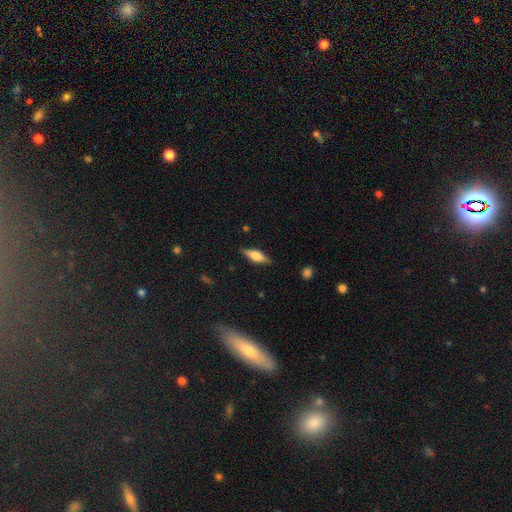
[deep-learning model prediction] Q: Smooth or featured?
A: smooth (47%); runner-up: featured or disk (46%)
Q: Merging?
A: none (86%); runner-up: minor disturbance (11%)